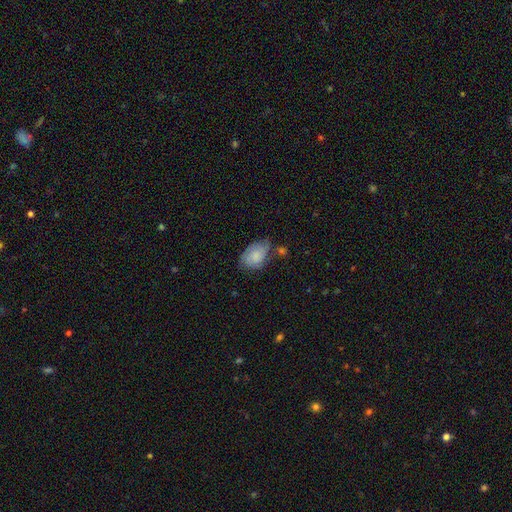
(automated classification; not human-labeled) Smooth or featured? smooth (56%)
How rounded? in between (84%)
Merging? none (53%)